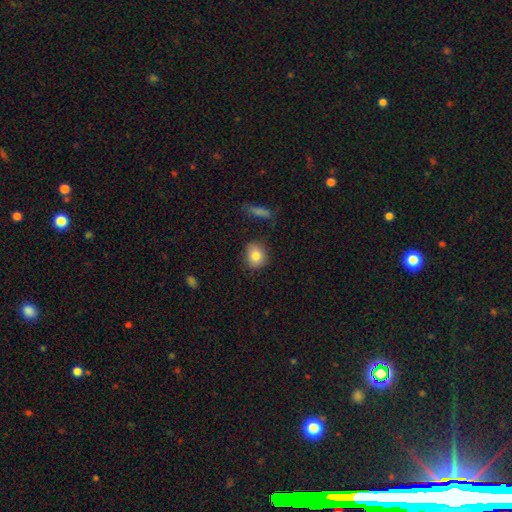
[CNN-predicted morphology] The model was most divided on "how rounded": round: 72%, in between: 26%, cigar-shaped: 1%. More confident: merging — none (82%); smooth or featured — smooth (82%).